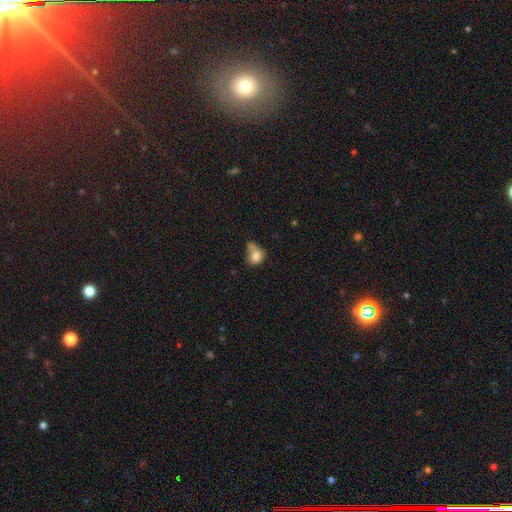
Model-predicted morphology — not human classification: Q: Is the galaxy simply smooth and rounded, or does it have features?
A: smooth — 77%.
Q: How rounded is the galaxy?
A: round — 58%.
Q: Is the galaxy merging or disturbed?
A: merger — 33%.